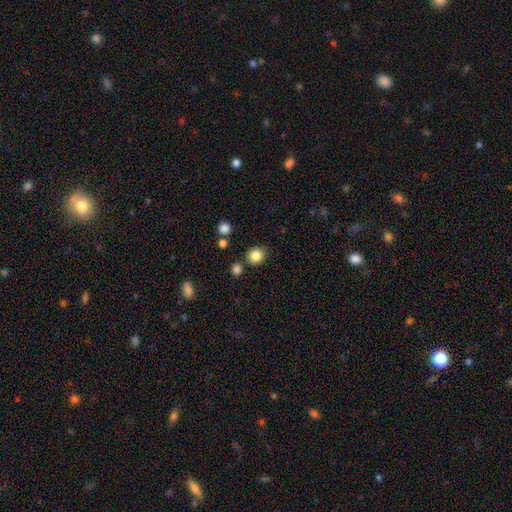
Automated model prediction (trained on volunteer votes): Morphology: type=smooth (85%); roundness=round (81%); merging=none (80%).